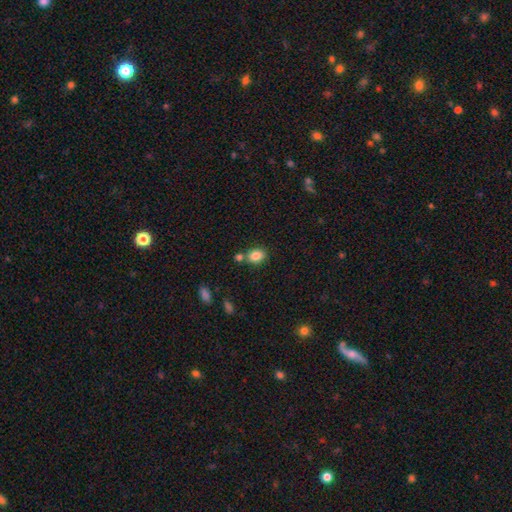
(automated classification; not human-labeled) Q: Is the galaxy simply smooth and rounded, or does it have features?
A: smooth — 84%.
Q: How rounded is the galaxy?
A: in between — 68%.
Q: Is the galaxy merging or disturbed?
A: none — 65%.